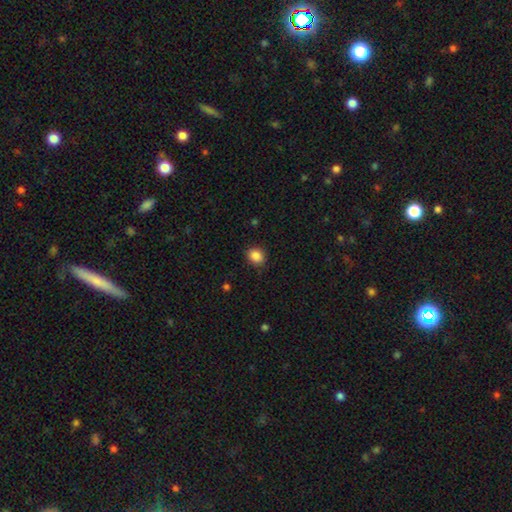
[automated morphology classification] Smooth or featured: smooth — 87% (star or artifact — 9%)
How rounded: round — 61% (in between — 38%)
Merging: none — 87% (minor disturbance — 10%)